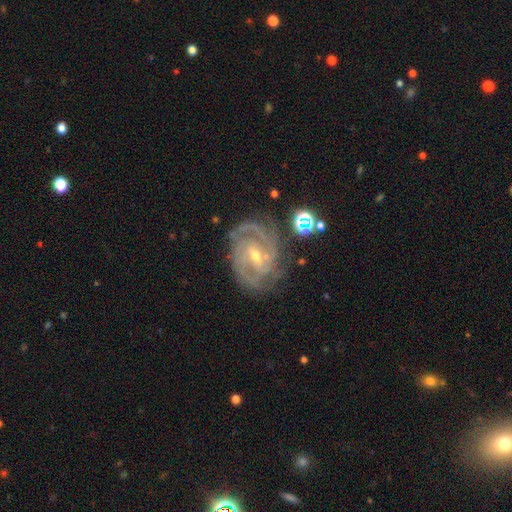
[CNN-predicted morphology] This appears to be a featured or disk galaxy (90%) with a weak bar (50%), 3 (32%) tight (64%) spiral arms (98%) and a small central bulge (58%). Merging: none (73%).